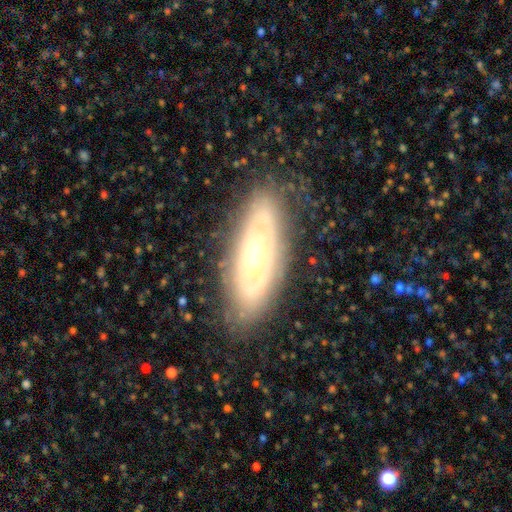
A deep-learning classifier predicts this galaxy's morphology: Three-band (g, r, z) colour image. It shows a featured or disk galaxy (68%) with no bar (50%), spiral arms (69%) and a moderate central bulge (53%). Merging: none (74%).